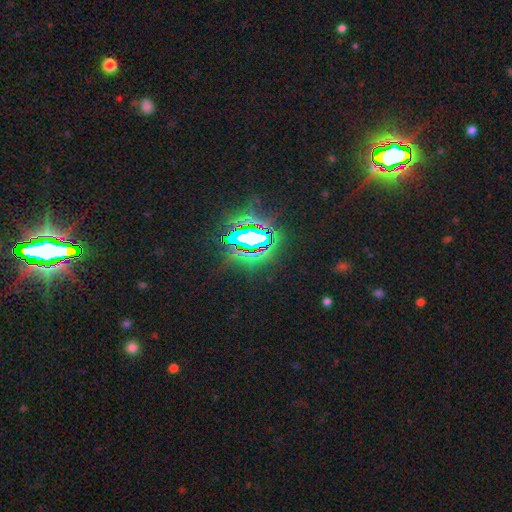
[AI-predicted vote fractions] Smooth or featured? Predicted: star or artifact (p=0.85).